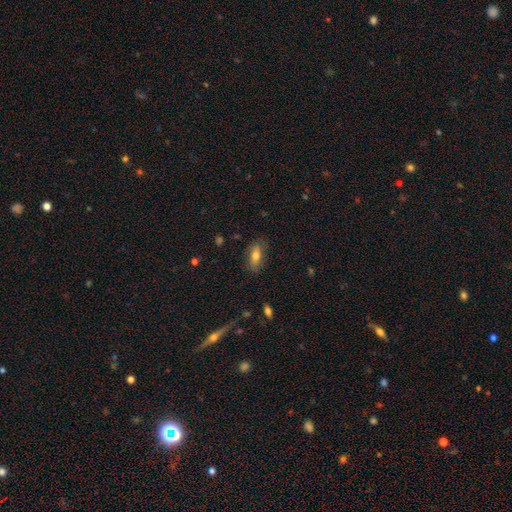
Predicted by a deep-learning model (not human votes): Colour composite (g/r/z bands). It shows a smooth galaxy with no disk features (69%) that is in between round and cigar-shaped (78%). Merging: none (79%).